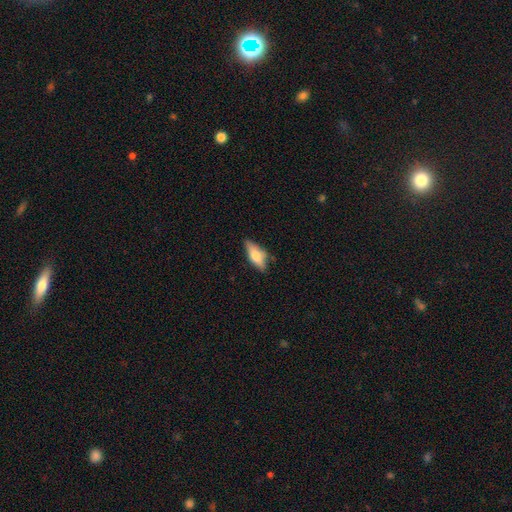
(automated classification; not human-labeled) Morphology: type=smooth (60%); roundness=in between (70%); merging=none (67%).